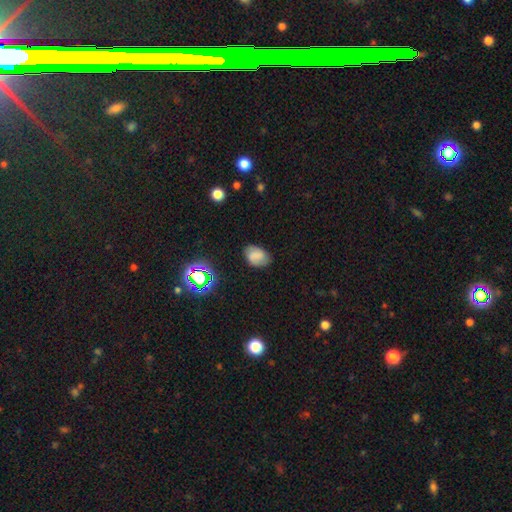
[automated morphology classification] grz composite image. It shows a smooth galaxy with no disk features (67%) that is in between round and cigar-shaped (79%). Merging: none (76%).